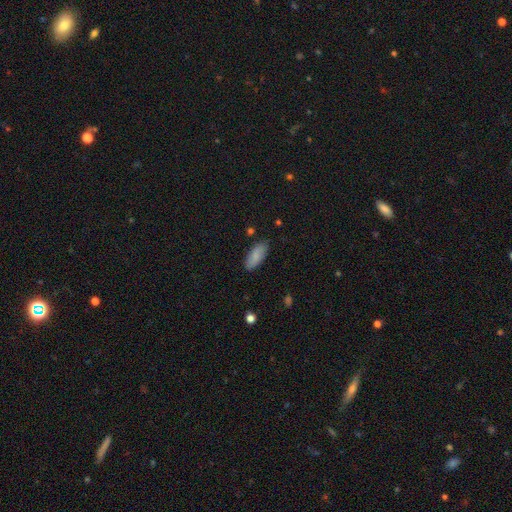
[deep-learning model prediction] Smooth or featured?
  - smooth: 86% *
  - featured or disk: 7%
  - star or artifact: 6%
How rounded?
  - in between: 80% *
  - cigar-shaped: 18%
  - round: 2%
Merging?
  - none: 84% *
  - minor disturbance: 12%
  - major disturbance: 3%
  - merger: 1%